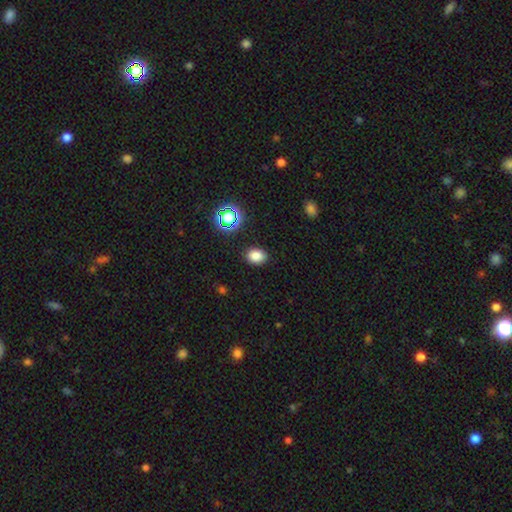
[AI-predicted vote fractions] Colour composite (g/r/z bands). It shows a smooth galaxy with no disk features (79%) that is in between round and cigar-shaped (67%). Merging: none (87%).